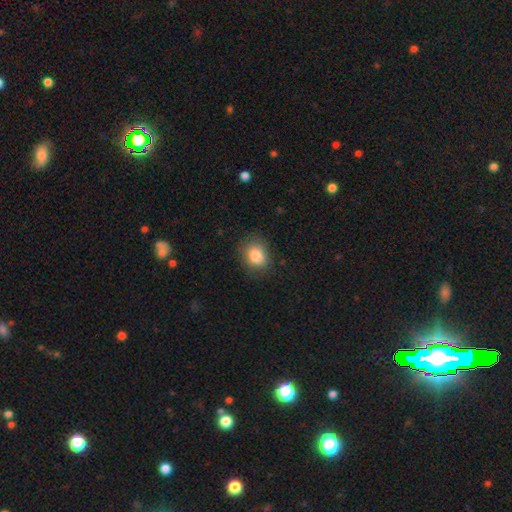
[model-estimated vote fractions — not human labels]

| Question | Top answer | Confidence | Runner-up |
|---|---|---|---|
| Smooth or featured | smooth | 84% | star or artifact (9%) |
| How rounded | in between | 52% | round (47%) |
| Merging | none | 79% | minor disturbance (16%) |